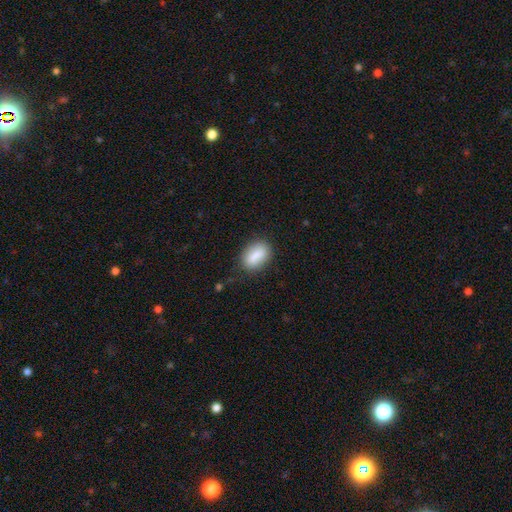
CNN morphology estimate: The model was most divided on "merging": none: 81%, minor disturbance: 14%, major disturbance: 4%, merger: 2%. More confident: how rounded — in between (84%); smooth or featured — smooth (83%).